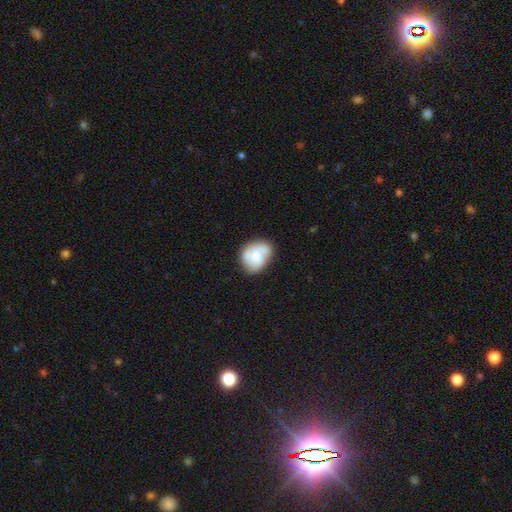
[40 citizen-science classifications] Volunteers were most divided on "smooth or featured": featured or disk: 55%, smooth: 42%, star or artifact: 2%. Remaining: edge-on disk — no (100%); bar — no (82%); spiral winding — medium (62%); spiral arm count — 3 (62%); spiral arms — yes (59%); merging — none (51%); bulge size — small (45%).